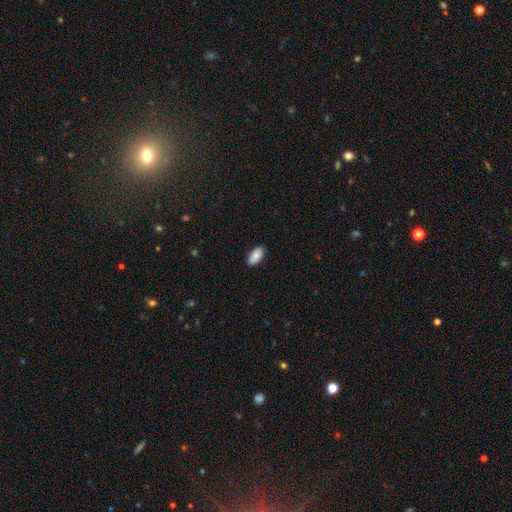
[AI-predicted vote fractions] Morphology: type=smooth (83%); roundness=in between (93%); merging=none (87%).